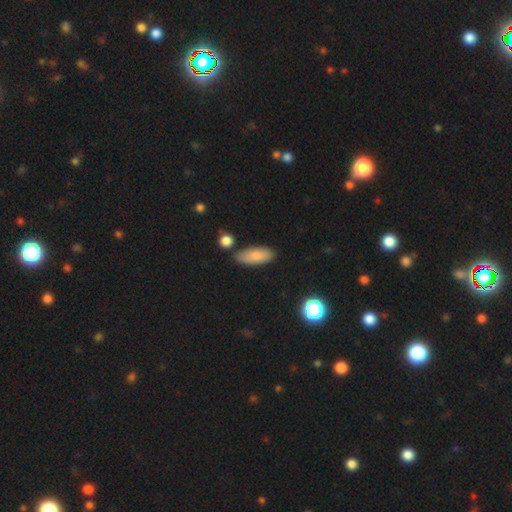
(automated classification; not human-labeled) smooth 81%, featured or disk 12%, star or artifact 7%. Down the decision tree: how rounded — in between (81%); merging — none (77%).